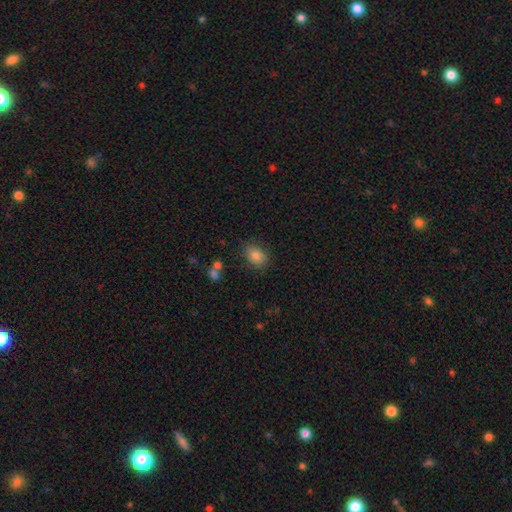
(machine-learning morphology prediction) smooth 83%, star or artifact 9%, featured or disk 7%. Down the decision tree: how rounded — in between (65%); merging — none (82%).